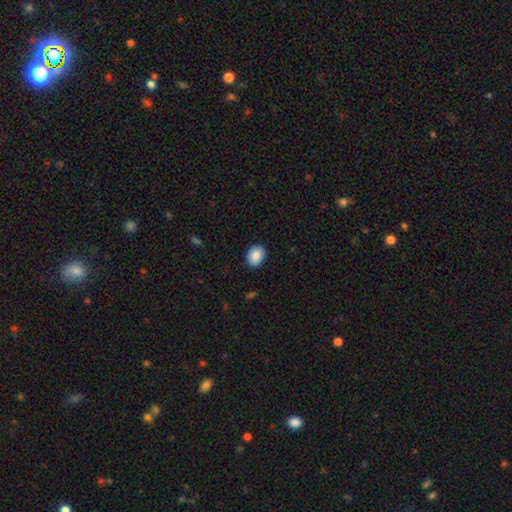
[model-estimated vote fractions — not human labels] A smooth galaxy with no disk features (89%) that is in between round and cigar-shaped (60%). Merging: none (89%).